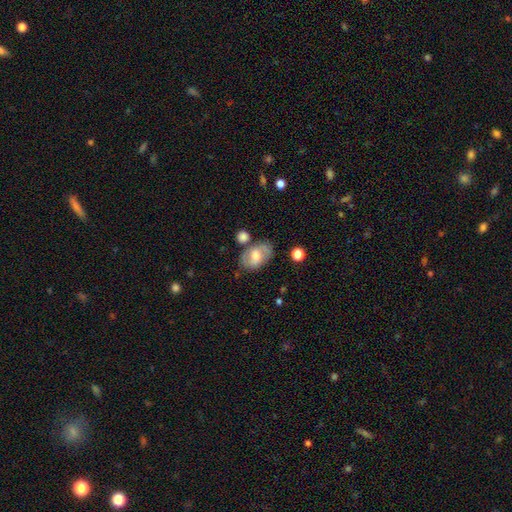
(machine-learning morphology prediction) This is possibly a smooth galaxy (50%). How rounded: clearly in between (84%). Merging: likely none (63%).